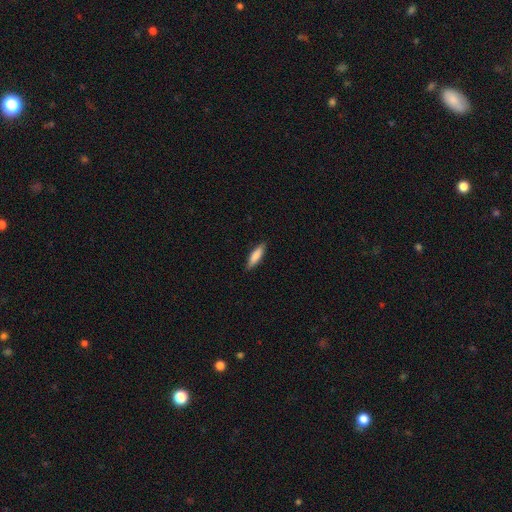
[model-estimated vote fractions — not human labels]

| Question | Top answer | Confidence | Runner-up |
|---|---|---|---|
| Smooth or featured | smooth | 82% | featured or disk (12%) |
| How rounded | cigar-shaped | 63% | in between (36%) |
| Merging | none | 88% | minor disturbance (10%) |